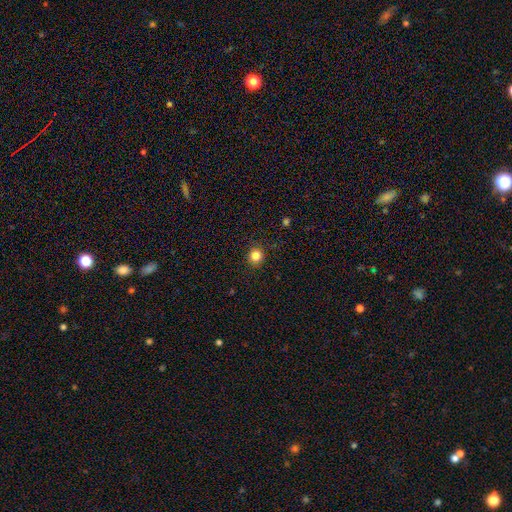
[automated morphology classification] Smooth or featured: smooth — 84% (star or artifact — 12%)
How rounded: round — 90% (in between — 9%)
Merging: none — 90% (minor disturbance — 7%)